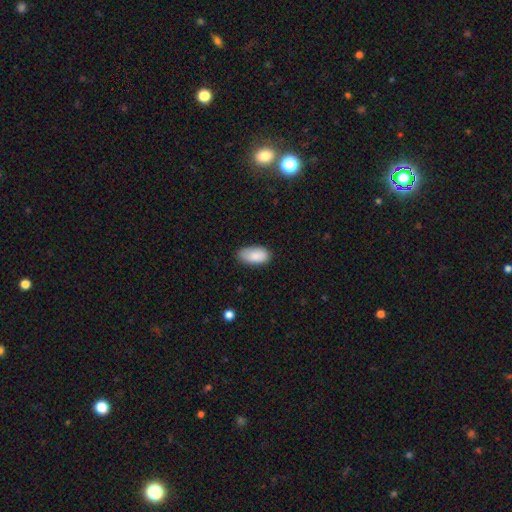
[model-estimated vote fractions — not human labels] Overall: smooth (87%). How rounded: in between (94%). Merging: none (76%).